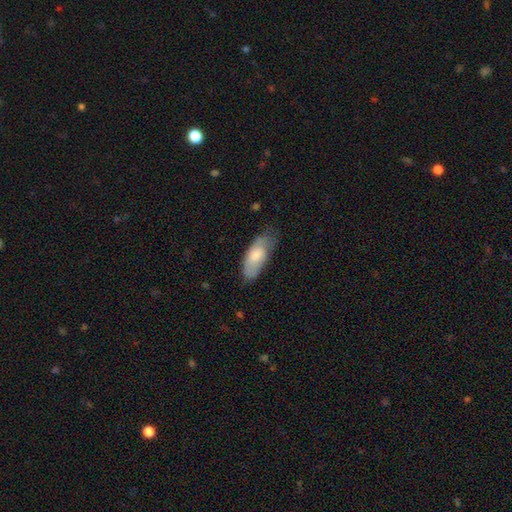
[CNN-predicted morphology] A smooth galaxy with no disk features (77%) that is in between round and cigar-shaped (80%). Merging: none (53%).